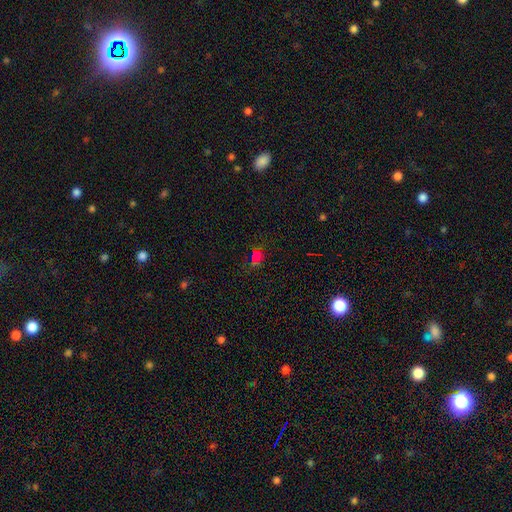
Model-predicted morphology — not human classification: The model was most divided on "smooth or featured": smooth: 55%, star or artifact: 37%, featured or disk: 8%. More confident: merging — none (62%); how rounded — in between (62%).